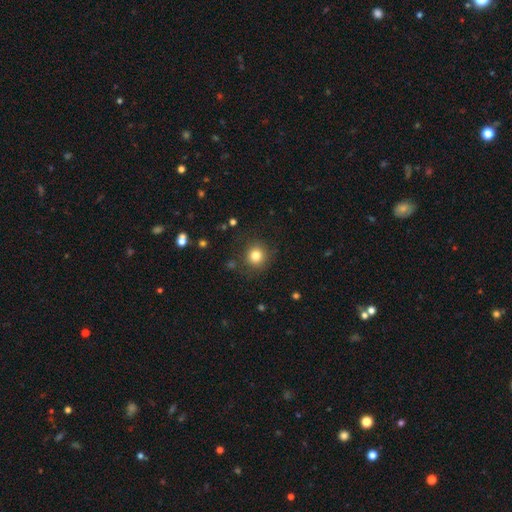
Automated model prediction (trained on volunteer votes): This is clearly a smooth galaxy (81%). How rounded: clearly round (92%). Merging: clearly none (86%).